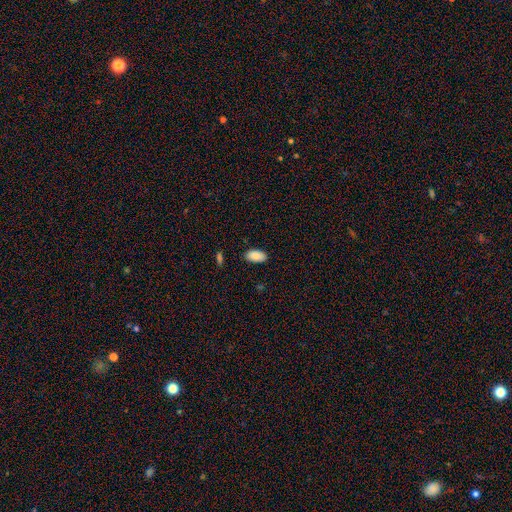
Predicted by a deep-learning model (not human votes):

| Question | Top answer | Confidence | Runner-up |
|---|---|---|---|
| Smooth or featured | smooth | 89% | star or artifact (7%) |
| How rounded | in between | 95% | round (3%) |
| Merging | none | 86% | minor disturbance (10%) |